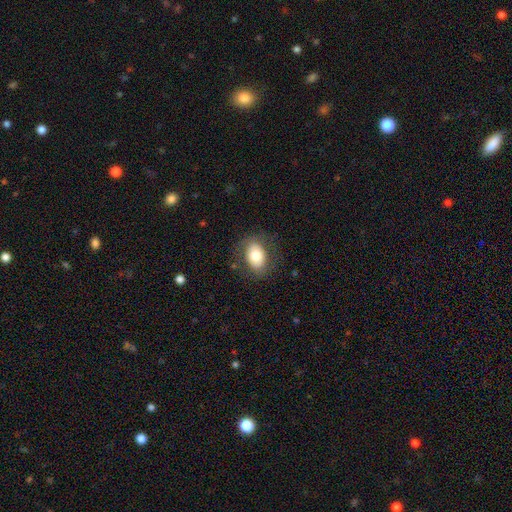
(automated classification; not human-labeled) Smooth or featured? Predicted: smooth (p=0.74). How rounded? Predicted: in between (p=0.74). Merging? Predicted: none (p=0.78).